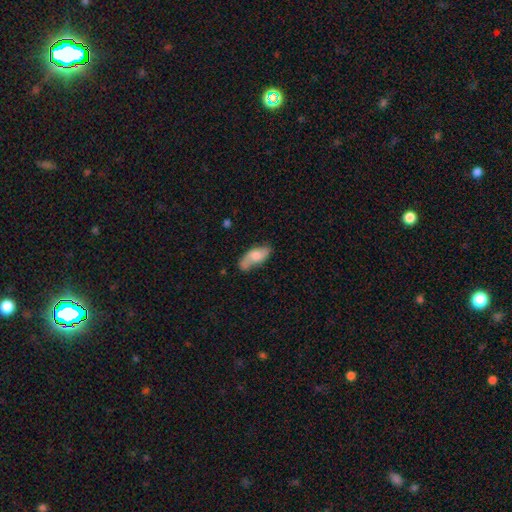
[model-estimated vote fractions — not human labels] Smooth or featured? Predicted: smooth (p=0.59). How rounded? Predicted: in between (p=0.83). Merging? Predicted: none (p=0.59).